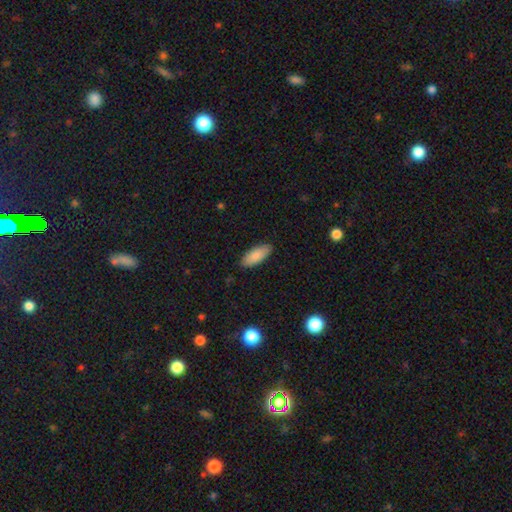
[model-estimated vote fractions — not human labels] smooth 86%, featured or disk 8%, star or artifact 6%. Down the decision tree: how rounded — in between (84%); merging — none (87%).